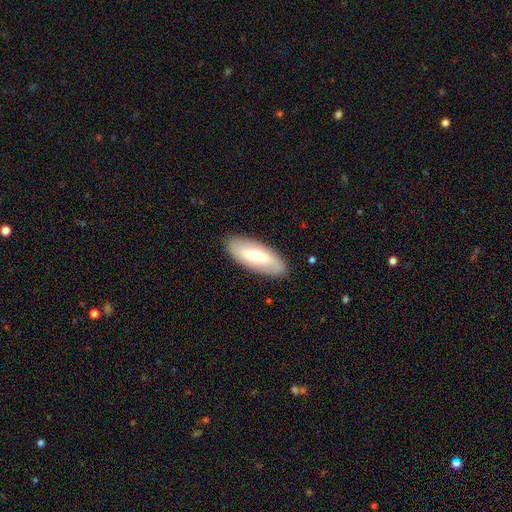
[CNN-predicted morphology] Q: Smooth or featured?
A: smooth (59%); runner-up: featured or disk (35%)
Q: How rounded?
A: in between (79%); runner-up: cigar-shaped (19%)
Q: Merging?
A: none (89%); runner-up: minor disturbance (8%)